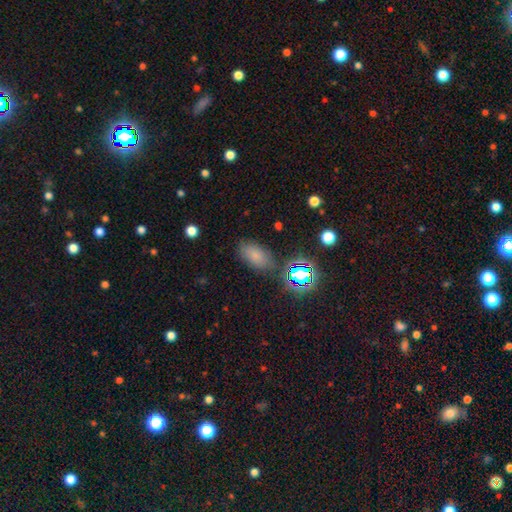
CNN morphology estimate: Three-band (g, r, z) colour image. It shows a smooth galaxy with no disk features (71%) that is in between round and cigar-shaped (88%). Merging: none (78%).